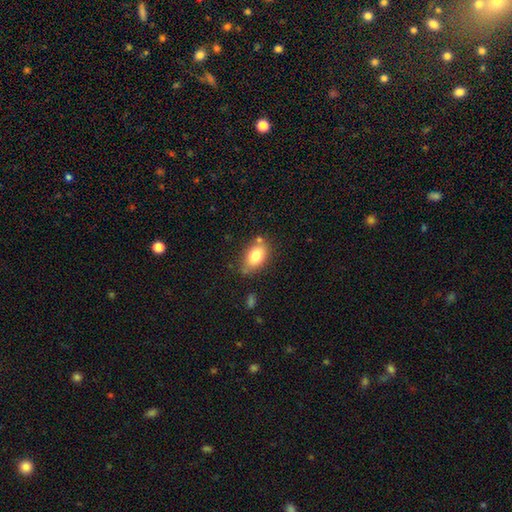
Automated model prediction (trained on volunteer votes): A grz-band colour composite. It shows a smooth galaxy with no disk features (79%) that is in between round and cigar-shaped (86%). Merging: none (71%).